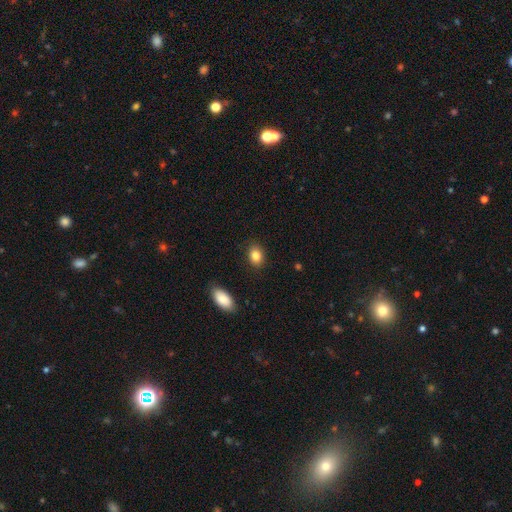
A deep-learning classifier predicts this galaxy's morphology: smooth_or_featured: smooth (p=0.84) [alt: star or artifact p=0.09]
how_rounded: in between (p=0.71) [alt: round p=0.27]
merging: none (p=0.87) [alt: minor disturbance p=0.09]